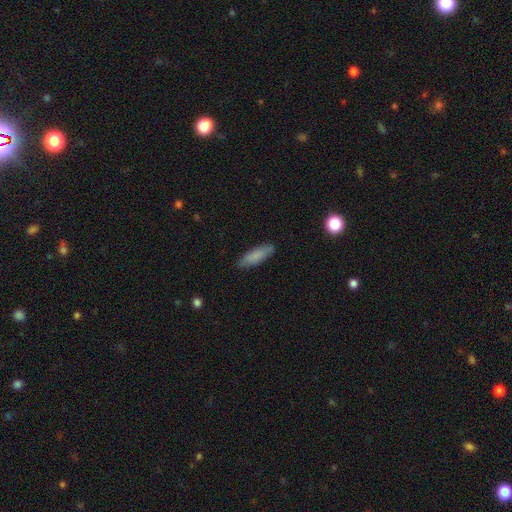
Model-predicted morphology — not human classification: type=smooth (79%); roundness=cigar-shaped (52%); merging=none (83%).